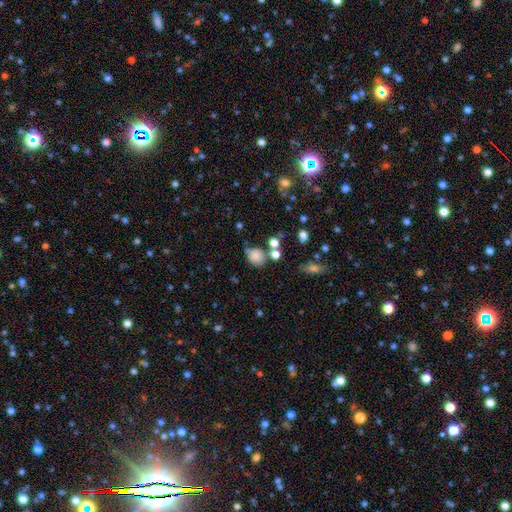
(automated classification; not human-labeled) Smooth or featured: smooth — 78% (star or artifact — 13%)
How rounded: round — 79% (in between — 20%)
Merging: none — 57% (merger — 19%)